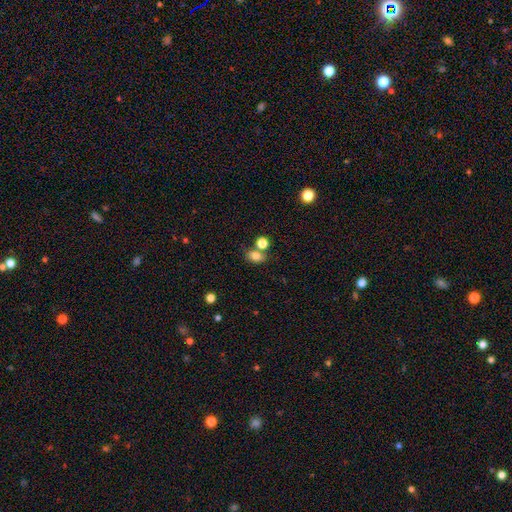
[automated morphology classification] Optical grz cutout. It shows a smooth galaxy with no disk features (80%) that is in between round and cigar-shaped (69%). Merging: none (59%).